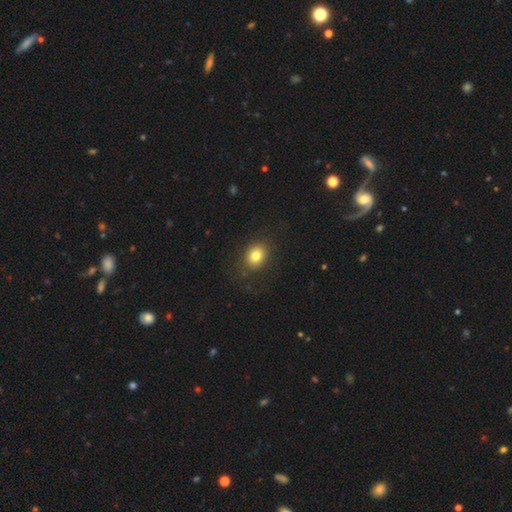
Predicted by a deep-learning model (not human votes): Smooth or featured? smooth (81%)
How rounded? round (52%)
Merging? none (85%)